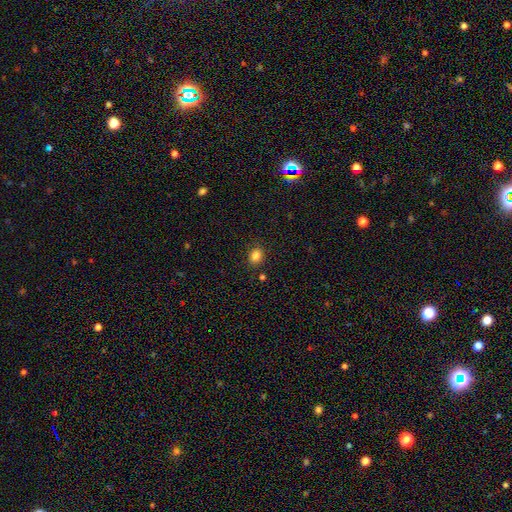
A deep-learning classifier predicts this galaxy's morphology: The model was most divided on "how rounded": in between: 51%, round: 48%, cigar-shaped: 1%. More confident: merging — none (85%); smooth or featured — smooth (84%).